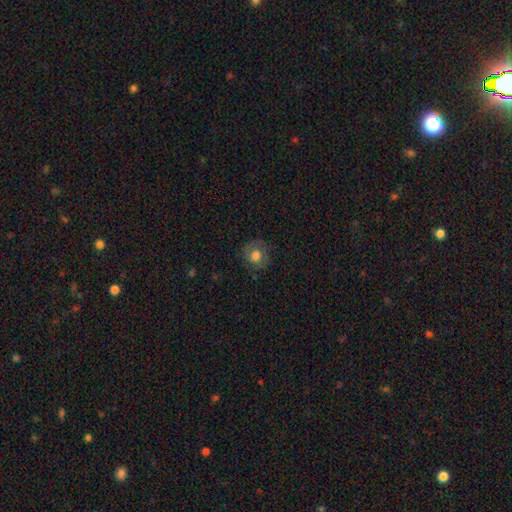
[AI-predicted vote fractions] This appears to be a smooth galaxy with no disk features (68%) that is round (84%). Merging: none (76%).